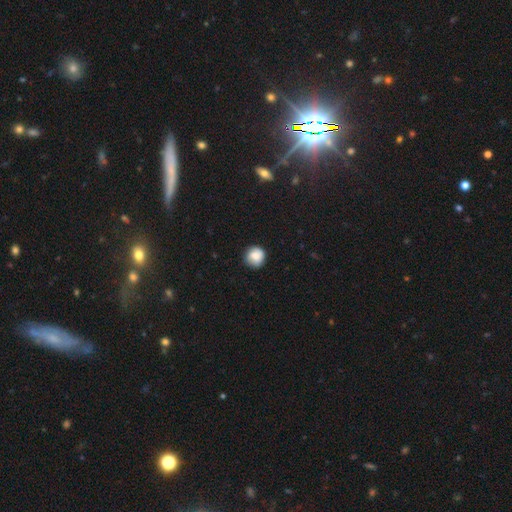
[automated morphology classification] A smooth galaxy with no disk features (82%) that is round (91%).

Vote fractions:
- Smooth or featured? smooth: 82% / featured or disk: 9% / star or artifact: 9%
- How rounded? round: 91% / in between: 8% / cigar-shaped: 1%
- Merging? none: 81% / minor disturbance: 15% / major disturbance: 3% / merger: 1%